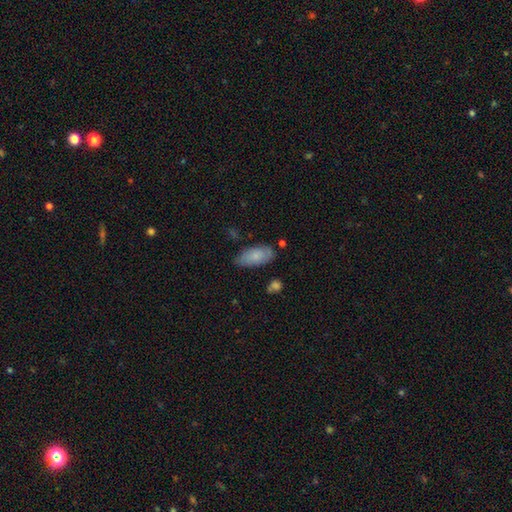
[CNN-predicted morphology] A smooth galaxy with no disk features (78%) that is in between round and cigar-shaped (91%). Merging: none (70%).